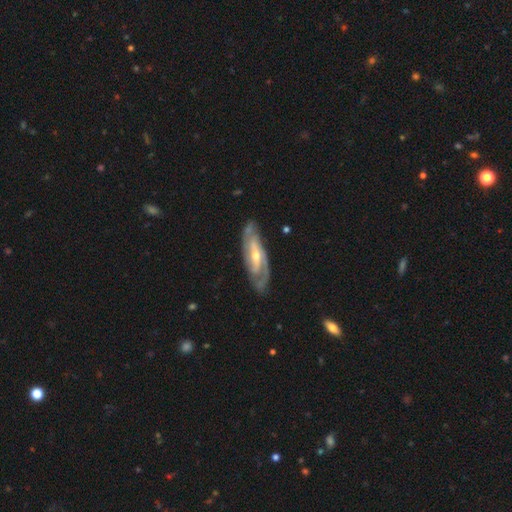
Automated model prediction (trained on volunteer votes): featured or disk 89%, smooth 7%, star or artifact 4%. Down the decision tree: edge-on disk — no (89%); bar — weak (40%); spiral arms — yes (96%); spiral arm count — 2 (79%); spiral winding — tight (45%); bulge size — moderate (52%); merging — none (80%).